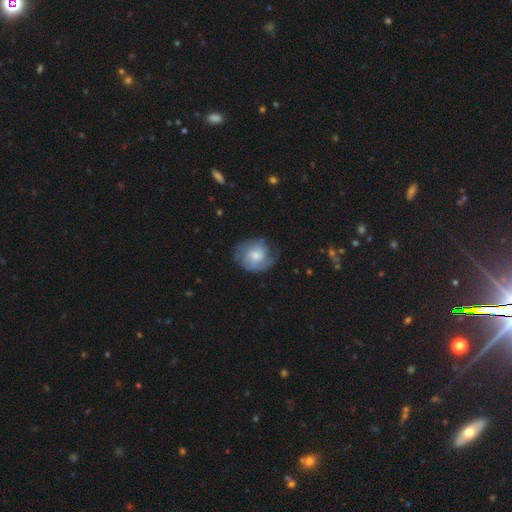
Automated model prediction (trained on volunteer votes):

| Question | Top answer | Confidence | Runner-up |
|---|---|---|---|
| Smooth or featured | featured or disk | 54% | smooth (40%) |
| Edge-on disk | no | 97% | yes (3%) |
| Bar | no | 73% | weak (23%) |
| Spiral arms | yes | 85% | no (15%) |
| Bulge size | moderate | 50% | small (34%) |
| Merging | none | 64% | minor disturbance (24%) |